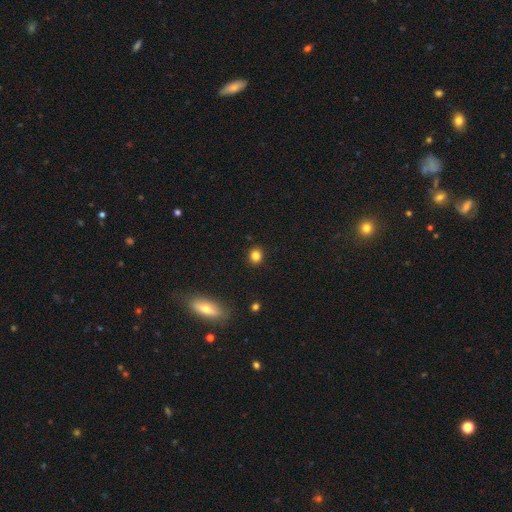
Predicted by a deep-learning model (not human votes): smooth_or_featured: smooth (p=0.83) [alt: star or artifact p=0.12]
how_rounded: round (p=0.80) [alt: in between p=0.19]
merging: none (p=0.90) [alt: minor disturbance p=0.06]